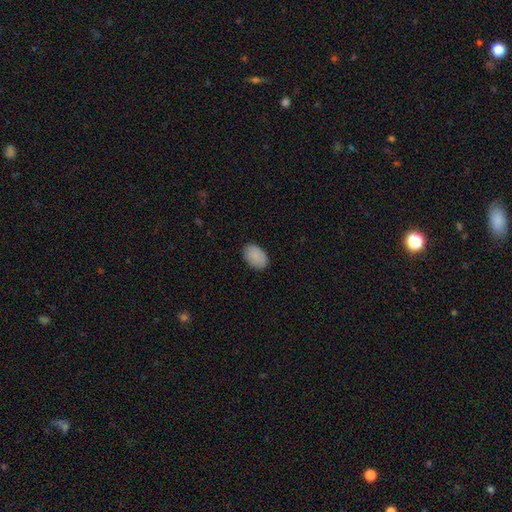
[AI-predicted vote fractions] A smooth galaxy with no disk features (89%) that is in between round and cigar-shaped (89%). Merging: none (87%).